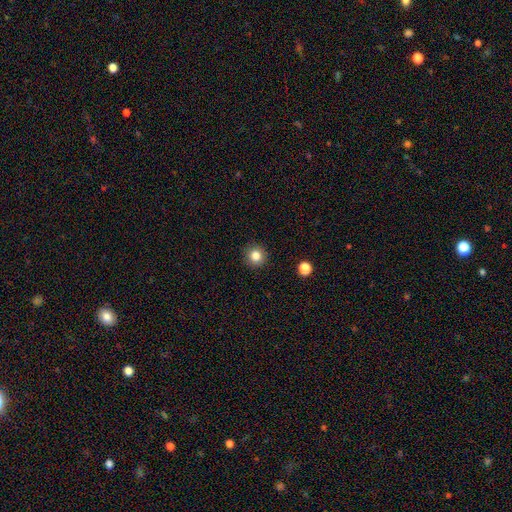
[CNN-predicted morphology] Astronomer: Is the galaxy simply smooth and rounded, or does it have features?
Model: smooth — 82%.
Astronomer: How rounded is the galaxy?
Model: round — 94%.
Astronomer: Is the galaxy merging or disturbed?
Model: none — 92%.